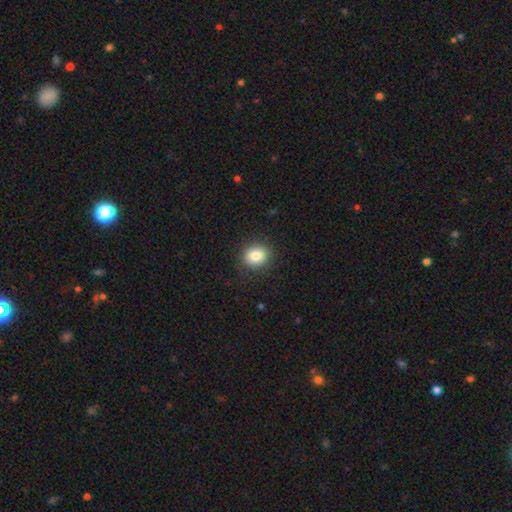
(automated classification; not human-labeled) Smooth or featured: smooth — 84% (star or artifact — 10%)
How rounded: round — 72% (in between — 27%)
Merging: none — 89% (minor disturbance — 8%)